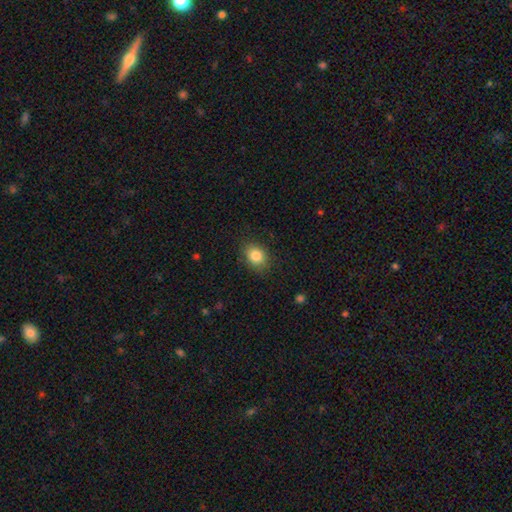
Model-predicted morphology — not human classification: This is clearly a smooth galaxy (84%). How rounded: likely in between (63%). Merging: clearly none (84%).